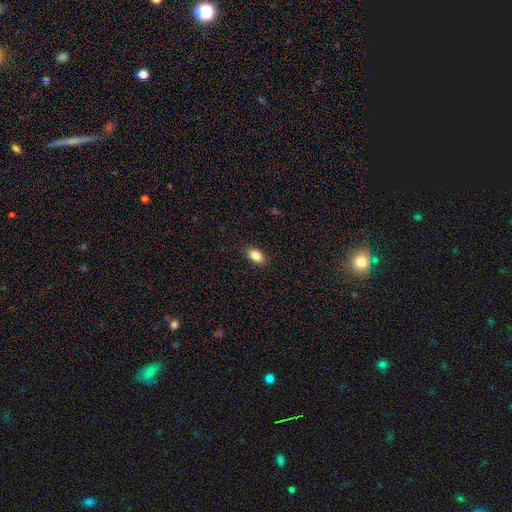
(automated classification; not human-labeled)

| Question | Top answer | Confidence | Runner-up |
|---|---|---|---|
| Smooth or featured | smooth | 87% | star or artifact (8%) |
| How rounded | in between | 90% | round (7%) |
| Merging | none | 87% | minor disturbance (10%) |